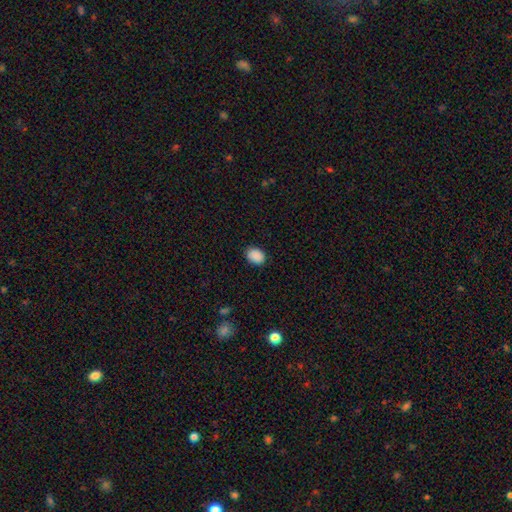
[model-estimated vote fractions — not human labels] The model was most divided on "how rounded": in between: 68%, round: 31%, cigar-shaped: 1%. More confident: smooth or featured — smooth (90%); merging — none (86%).